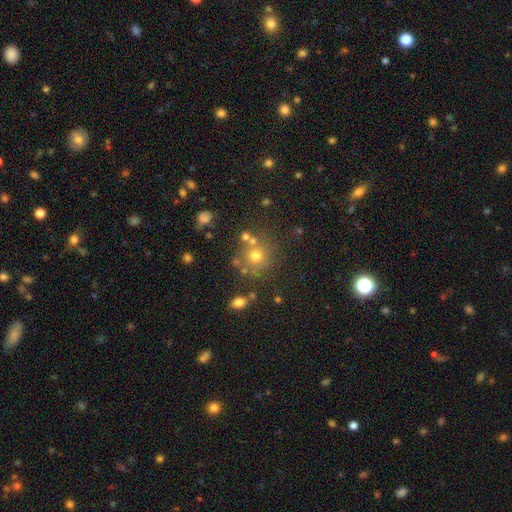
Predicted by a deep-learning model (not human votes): This is likely a smooth galaxy (67%). How rounded: clearly round (89%). Merging: likely none (68%).